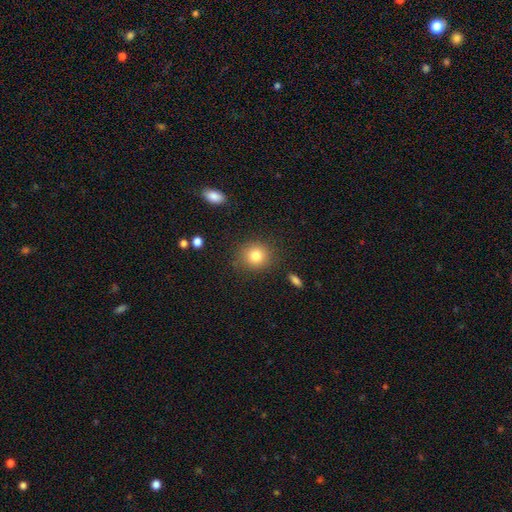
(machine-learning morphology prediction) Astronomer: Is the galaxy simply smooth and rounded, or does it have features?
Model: smooth — 81%.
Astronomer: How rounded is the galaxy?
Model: round — 84%.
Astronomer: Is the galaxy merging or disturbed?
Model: none — 85%.